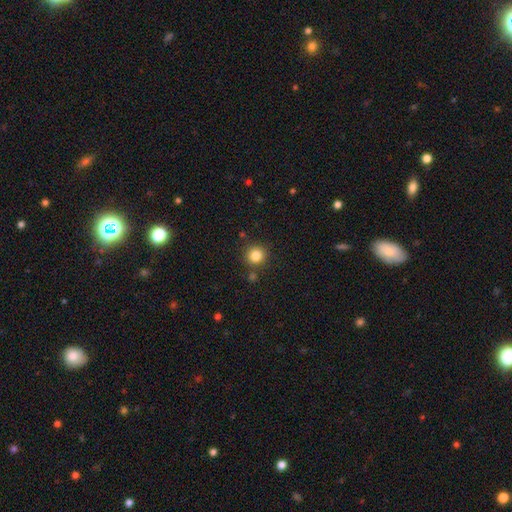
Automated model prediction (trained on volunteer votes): This is clearly a smooth galaxy (83%). How rounded: clearly round (93%). Merging: clearly none (84%).